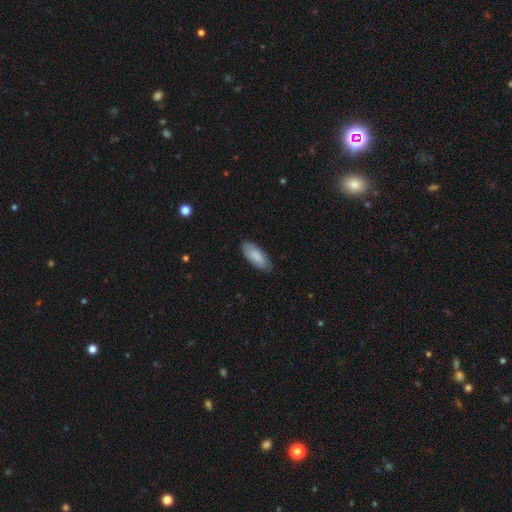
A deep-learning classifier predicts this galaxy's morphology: smooth_or_featured: smooth (p=0.85) [alt: featured or disk p=0.10]
how_rounded: in between (p=0.83) [alt: cigar-shaped p=0.15]
merging: none (p=0.83) [alt: minor disturbance p=0.14]